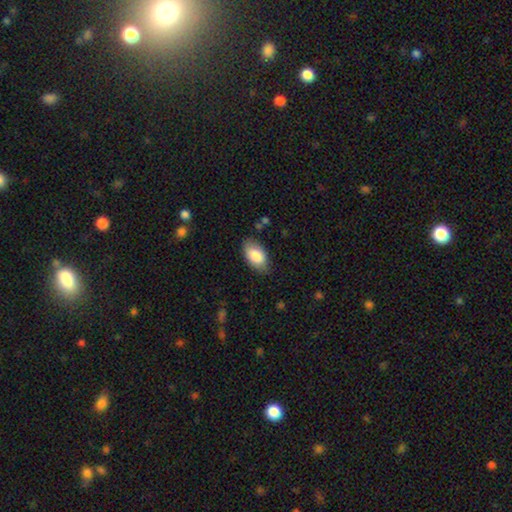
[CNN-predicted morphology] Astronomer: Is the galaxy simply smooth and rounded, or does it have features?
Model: smooth — 84%.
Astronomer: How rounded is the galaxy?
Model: in between — 94%.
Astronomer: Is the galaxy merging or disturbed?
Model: none — 79%.